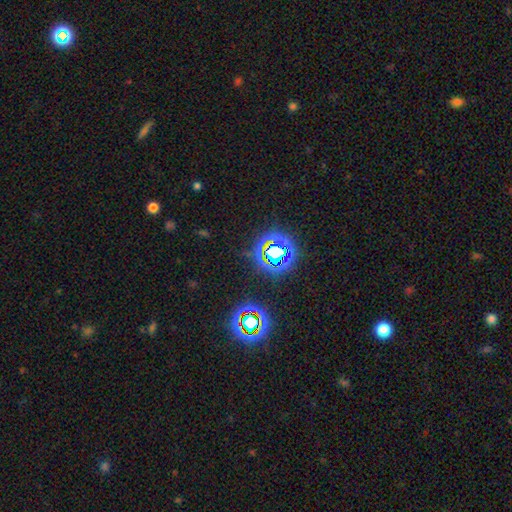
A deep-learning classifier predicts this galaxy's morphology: Smooth or featured? Predicted: star or artifact (p=0.77).